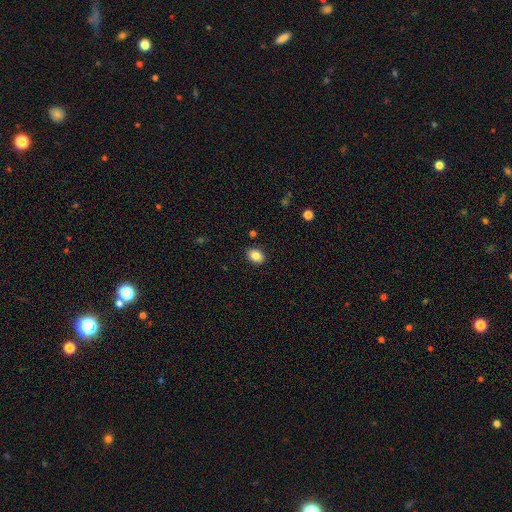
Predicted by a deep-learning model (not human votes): This is clearly a smooth galaxy (85%). How rounded: likely in between (74%). Merging: clearly none (88%).